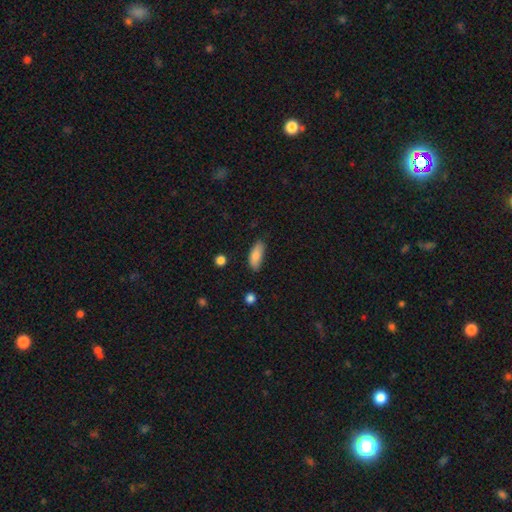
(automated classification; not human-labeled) Overall: smooth (84%). How rounded: in between (78%). Merging: none (69%).